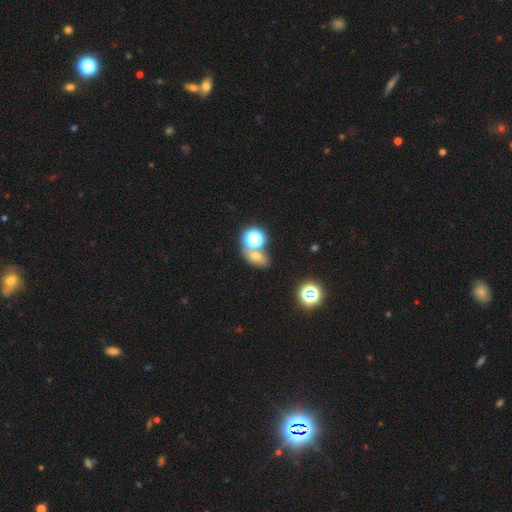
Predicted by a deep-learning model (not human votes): This appears to be a smooth galaxy with no disk features (54%) that is in between round and cigar-shaped (64%). Merging: none (56%).